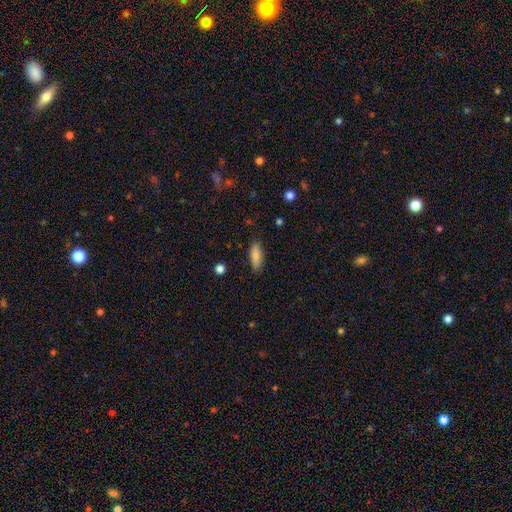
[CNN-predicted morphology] smooth_or_featured: smooth (p=0.83) [alt: featured or disk p=0.10]
how_rounded: in between (p=0.64) [alt: cigar-shaped p=0.34]
merging: none (p=0.83) [alt: minor disturbance p=0.13]